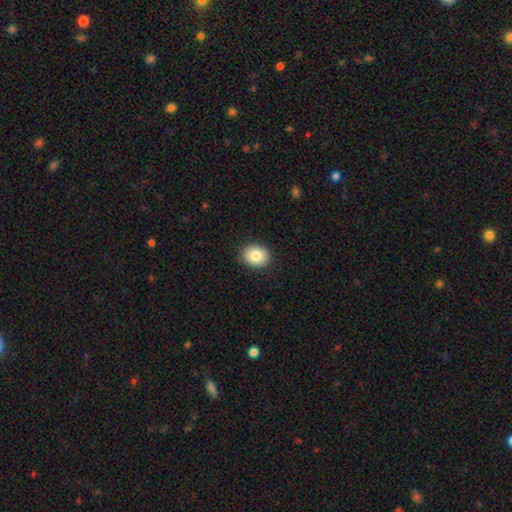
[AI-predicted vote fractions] This is clearly a smooth galaxy (83%). How rounded: possibly round (57%). Merging: clearly none (89%).